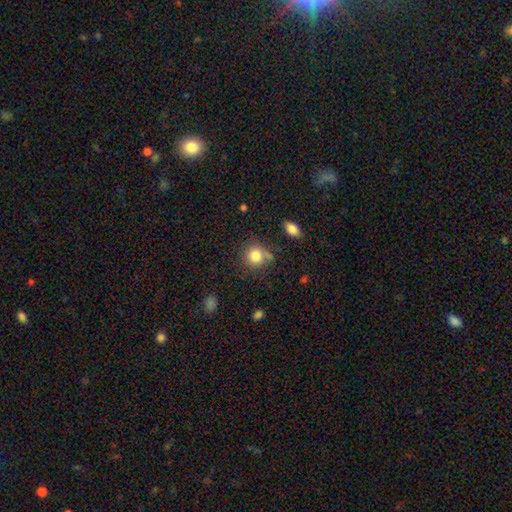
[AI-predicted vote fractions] smooth 83%, star or artifact 10%, featured or disk 8%. Down the decision tree: how rounded — round (85%); merging — none (67%).